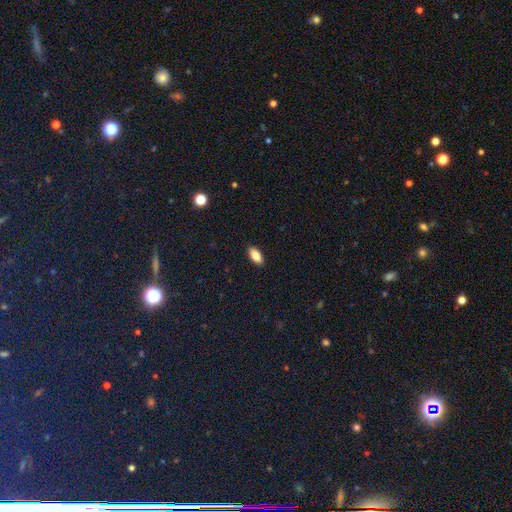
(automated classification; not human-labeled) Overall: smooth (84%). How rounded: in between (87%). Merging: none (90%).